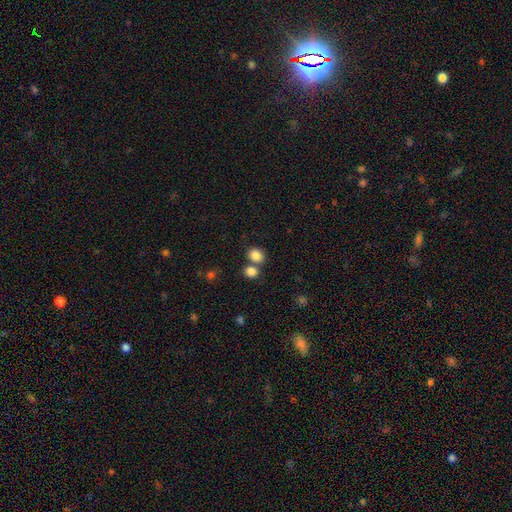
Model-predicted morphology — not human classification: The model was most divided on "how rounded": round: 62%, in between: 37%, cigar-shaped: 1%. More confident: smooth or featured — smooth (85%); merging — none (60%).